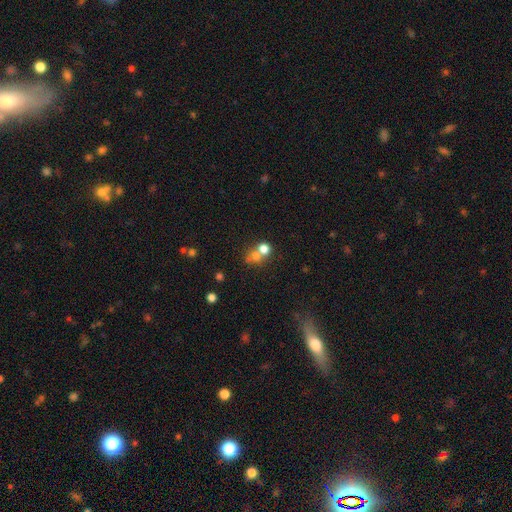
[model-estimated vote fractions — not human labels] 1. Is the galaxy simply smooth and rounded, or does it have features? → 68% smooth, 18% star or artifact, 14% featured or disk.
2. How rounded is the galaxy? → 77% round, 22% in between, 1% cigar-shaped.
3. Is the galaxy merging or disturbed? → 50% merger, 38% none, 7% minor disturbance, 4% major disturbance.